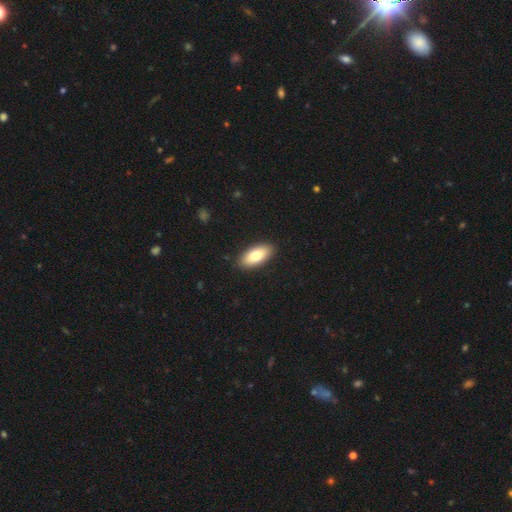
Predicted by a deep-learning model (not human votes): The model was most divided on "smooth or featured": smooth: 77%, featured or disk: 17%, star or artifact: 6%. More confident: merging — none (89%); how rounded — in between (89%).